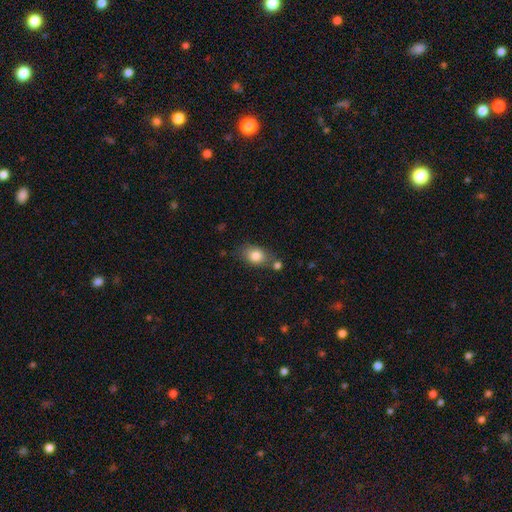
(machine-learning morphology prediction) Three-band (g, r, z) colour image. It shows a smooth galaxy with no disk features (82%) that is in between round and cigar-shaped (73%). Merging: none (63%).